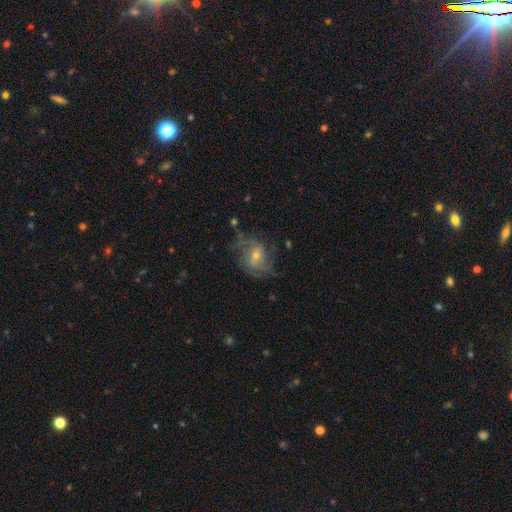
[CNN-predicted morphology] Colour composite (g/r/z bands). It shows a featured or disk galaxy (78%) with a weak bar (46%), 2 (37%) medium (46%) spiral arms (90%) and a small central bulge (55%). Merging: none (63%).